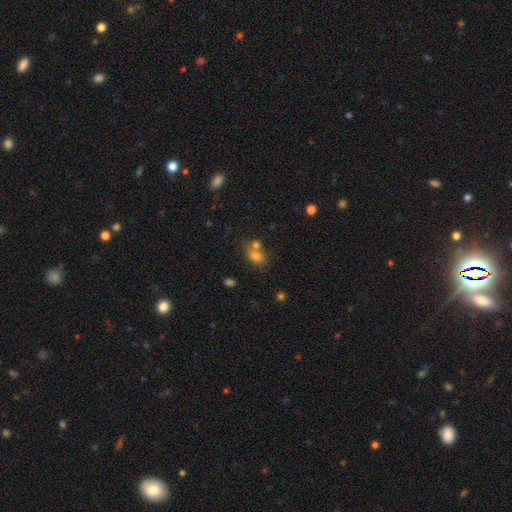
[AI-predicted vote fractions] smooth 74%, featured or disk 13%, star or artifact 13%. Down the decision tree: how rounded — in between (73%); merging — none (43%).